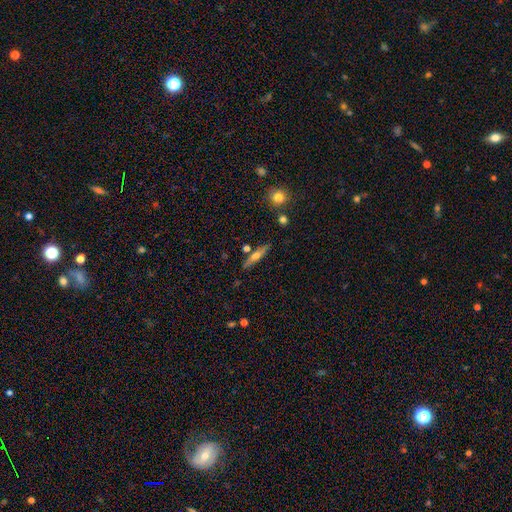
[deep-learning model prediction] This appears to be a featured or disk galaxy (49%). Merging: none (80%).